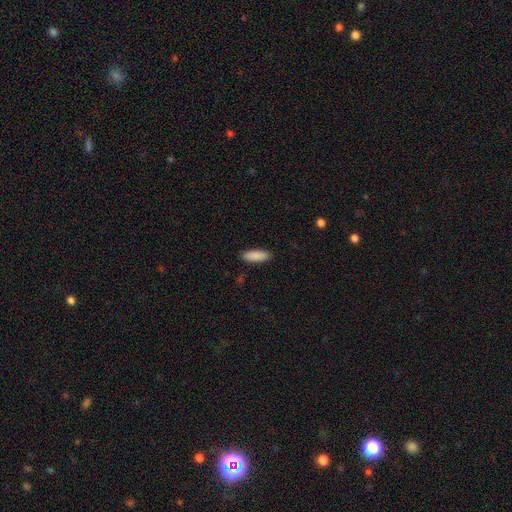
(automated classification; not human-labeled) A smooth galaxy with no disk features (89%) that is in between round and cigar-shaped (60%).

Vote fractions:
- Smooth or featured? smooth: 89% / star or artifact: 6% / featured or disk: 5%
- How rounded? in between: 60% / cigar-shaped: 38% / round: 2%
- Merging? none: 89% / minor disturbance: 8% / major disturbance: 2% / merger: 1%